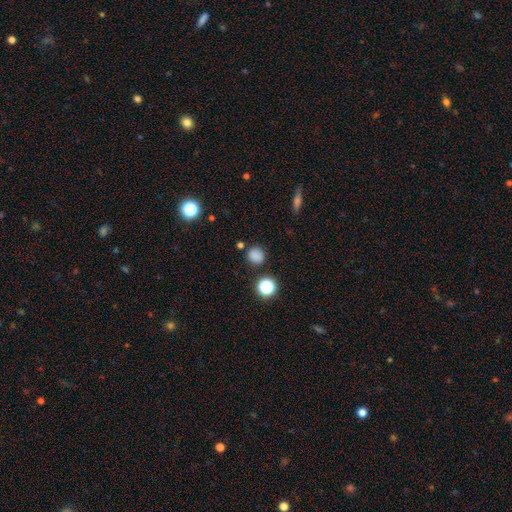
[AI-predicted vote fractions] smooth_or_featured: smooth (p=0.80) [alt: star or artifact p=0.15]
how_rounded: round (p=0.84) [alt: in between p=0.15]
merging: none (p=0.83) [alt: minor disturbance p=0.10]